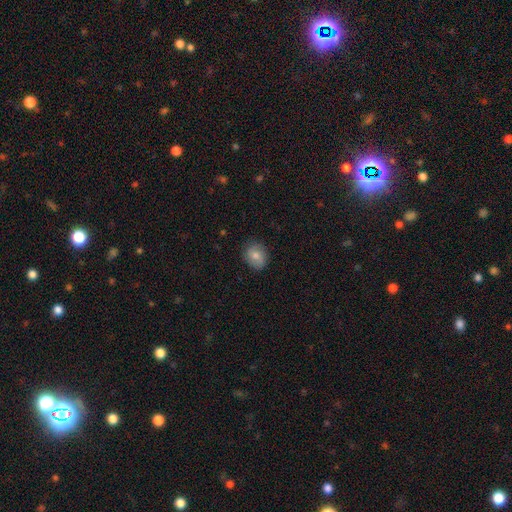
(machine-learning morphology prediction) Smooth or featured: smooth — 77% (featured or disk — 15%)
How rounded: round — 61% (in between — 38%)
Merging: none — 83% (minor disturbance — 13%)